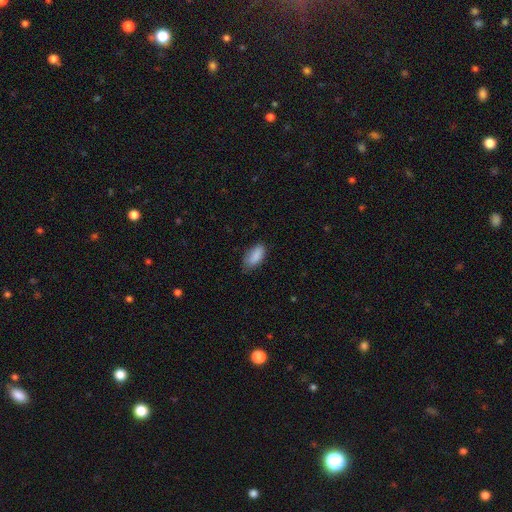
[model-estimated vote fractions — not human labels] Overall: smooth (88%). How rounded: in between (91%). Merging: none (74%).